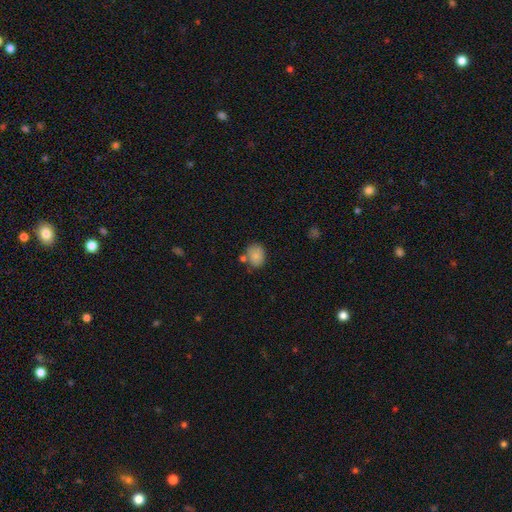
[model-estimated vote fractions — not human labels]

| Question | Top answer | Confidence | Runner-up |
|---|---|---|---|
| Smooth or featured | smooth | 85% | star or artifact (8%) |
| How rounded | in between | 51% | round (48%) |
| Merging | none | 66% | minor disturbance (17%) |